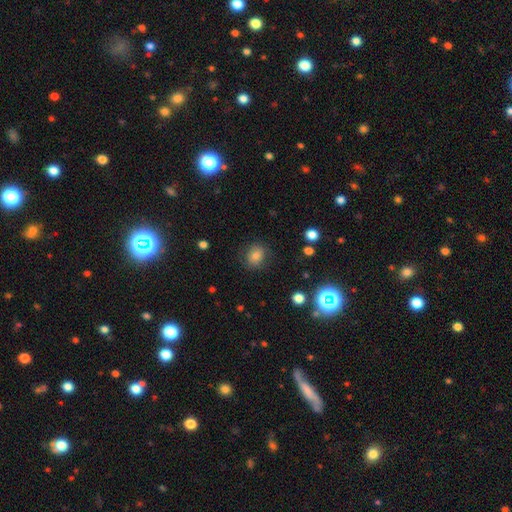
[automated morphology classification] This appears to be a smooth galaxy with no disk features (76%) that is round (61%). Merging: none (81%).